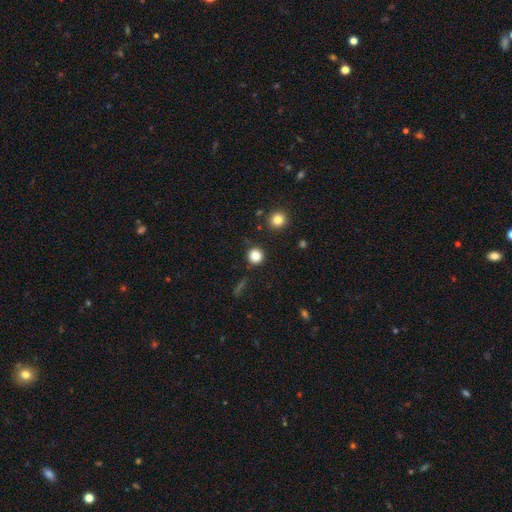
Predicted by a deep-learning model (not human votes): Morphology: type=smooth (83%); roundness=round (94%); merging=none (89%).